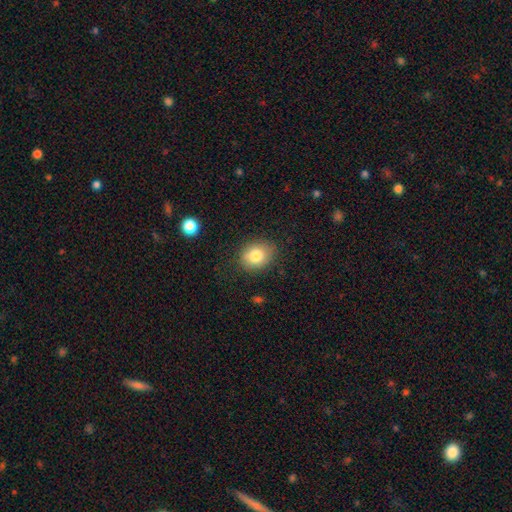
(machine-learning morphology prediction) smooth_or_featured: smooth (p=0.81) [alt: featured or disk p=0.10]
how_rounded: round (p=0.52) [alt: in between p=0.48]
merging: none (p=0.83) [alt: minor disturbance p=0.13]